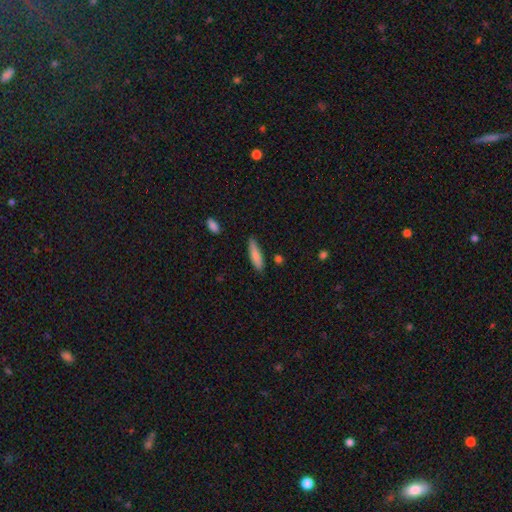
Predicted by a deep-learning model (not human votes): Smooth or featured? smooth (83%)
How rounded? cigar-shaped (65%)
Merging? none (78%)